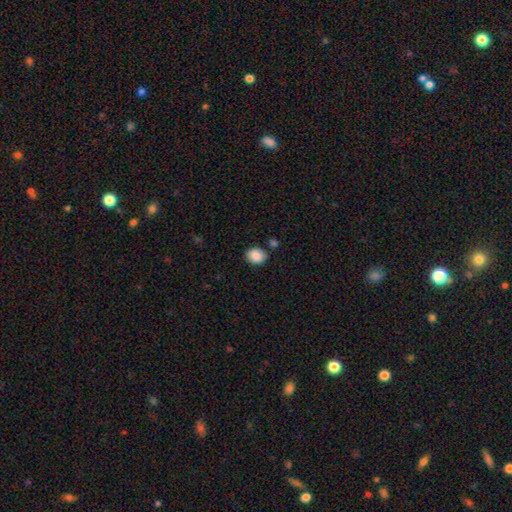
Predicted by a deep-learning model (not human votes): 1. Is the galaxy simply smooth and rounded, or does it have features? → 88% smooth, 8% star or artifact, 5% featured or disk.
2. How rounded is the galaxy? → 53% in between, 47% round, 1% cigar-shaped.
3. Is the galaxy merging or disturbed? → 82% none, 11% minor disturbance, 5% merger, 3% major disturbance.